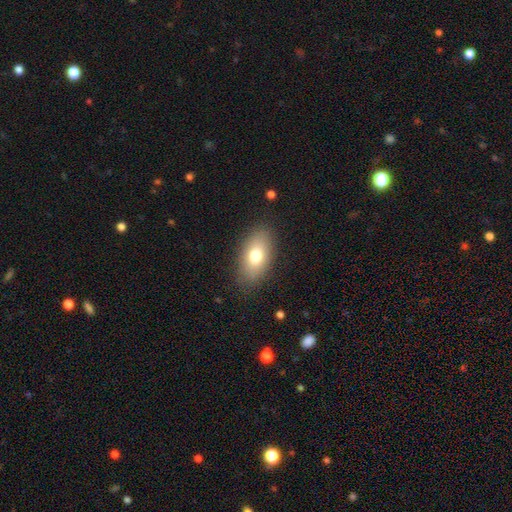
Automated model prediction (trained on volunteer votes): A smooth galaxy with no disk features (74%) that is in between round and cigar-shaped (89%). Merging: none (85%).